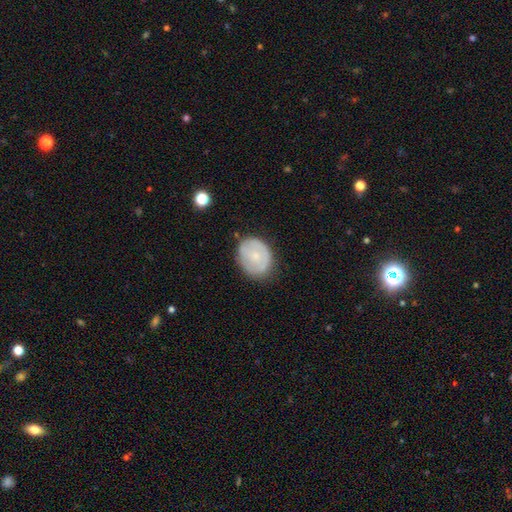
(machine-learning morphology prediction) This appears to be a smooth galaxy with no disk features (57%) that is round (51%). Merging: none (72%).